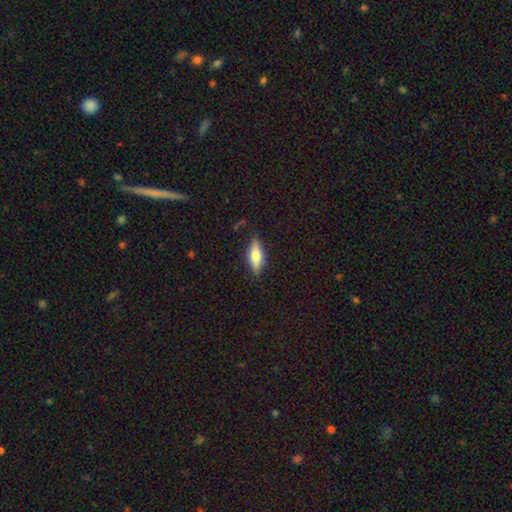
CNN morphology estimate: Smooth or featured?
  - smooth: 56% *
  - featured or disk: 37%
  - star or artifact: 7%
How rounded?
  - in between: 59% *
  - cigar-shaped: 38%
  - round: 3%
Merging?
  - none: 82% *
  - minor disturbance: 13%
  - major disturbance: 3%
  - merger: 1%